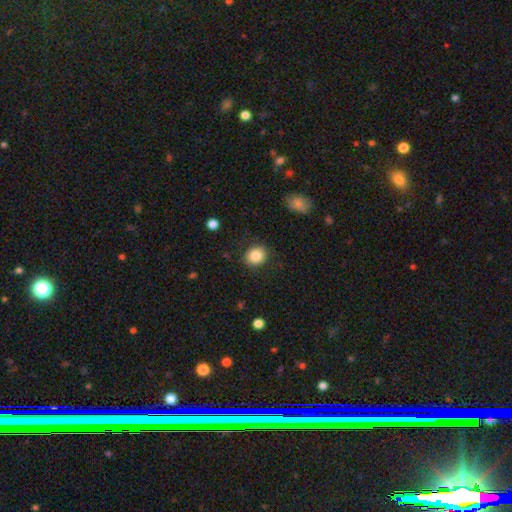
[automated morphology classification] smooth-or-featured: smooth: 84% | star or artifact: 9% | featured or disk: 7%
  how-rounded: round: 72% | in between: 27% | cigar-shaped: 1%
  merging: none: 87% | minor disturbance: 9% | major disturbance: 3% | merger: 1%